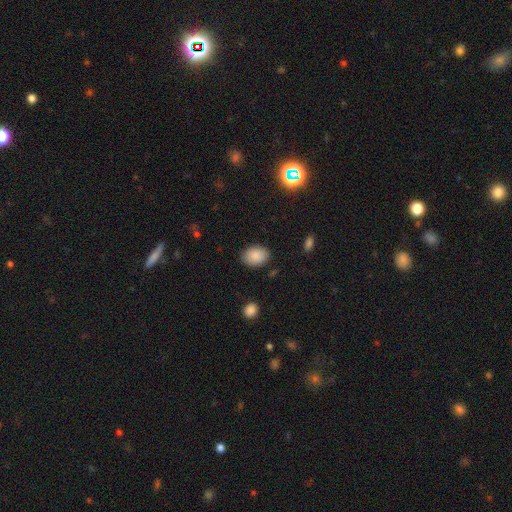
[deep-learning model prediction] smooth 88%, star or artifact 8%, featured or disk 4%. Down the decision tree: how rounded — in between (76%); merging — none (85%).